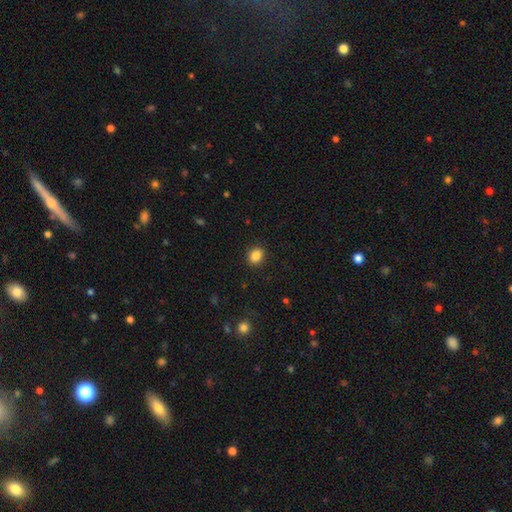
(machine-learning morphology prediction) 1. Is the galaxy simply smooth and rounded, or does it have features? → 86% smooth, 10% star or artifact, 4% featured or disk.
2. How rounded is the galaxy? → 54% round, 45% in between, 1% cigar-shaped.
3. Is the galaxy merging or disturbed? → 90% none, 7% minor disturbance, 2% major disturbance, 1% merger.